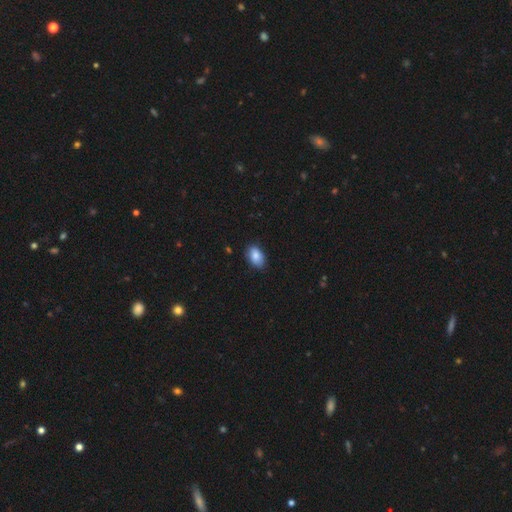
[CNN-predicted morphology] Q: Smooth or featured?
A: smooth (84%); runner-up: featured or disk (8%)
Q: How rounded?
A: in between (90%); runner-up: round (9%)
Q: Merging?
A: none (80%); runner-up: minor disturbance (17%)